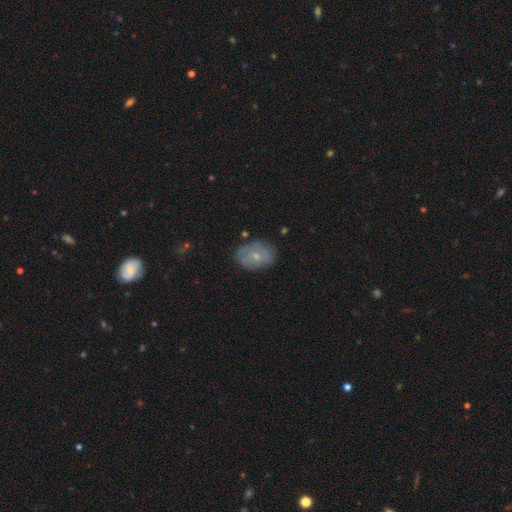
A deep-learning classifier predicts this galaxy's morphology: Smooth or featured?
  - smooth: 49% *
  - featured or disk: 42%
  - star or artifact: 8%
Merging?
  - none: 73% *
  - minor disturbance: 20%
  - major disturbance: 5%
  - merger: 2%